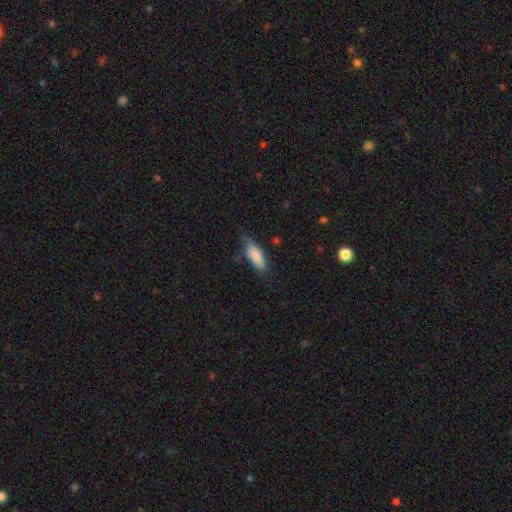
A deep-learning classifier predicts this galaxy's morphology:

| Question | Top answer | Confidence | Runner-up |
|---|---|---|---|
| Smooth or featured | smooth | 81% | featured or disk (13%) |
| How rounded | in between | 59% | cigar-shaped (40%) |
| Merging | none | 59% | minor disturbance (31%) |